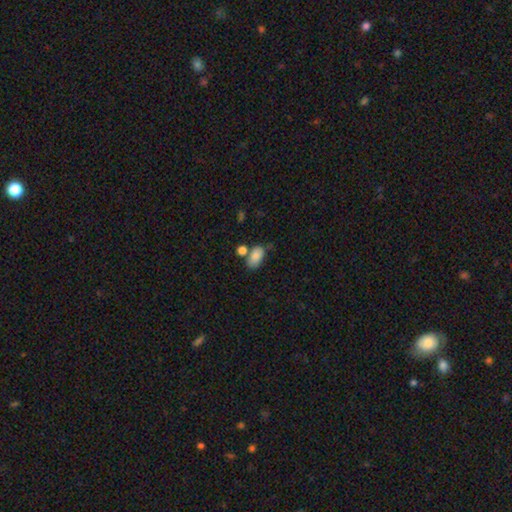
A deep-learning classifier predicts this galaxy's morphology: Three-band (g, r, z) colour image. It shows a smooth galaxy with no disk features (84%) that is in between round and cigar-shaped (92%). Merging: none (51%).